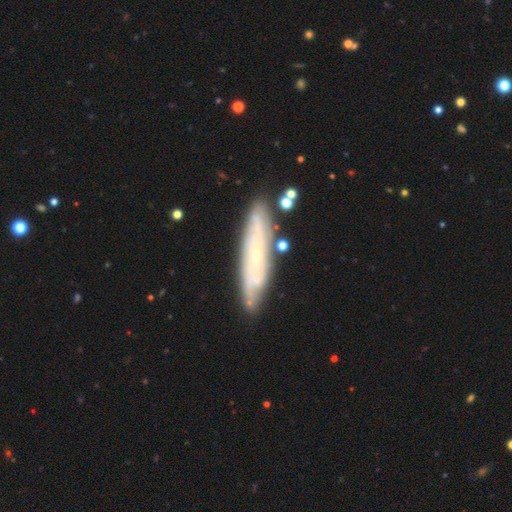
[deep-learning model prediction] The model was most divided on "edge-on disk": no: 63%, yes: 37%. More confident: merging — none (80%); smooth or featured — featured or disk (69%).